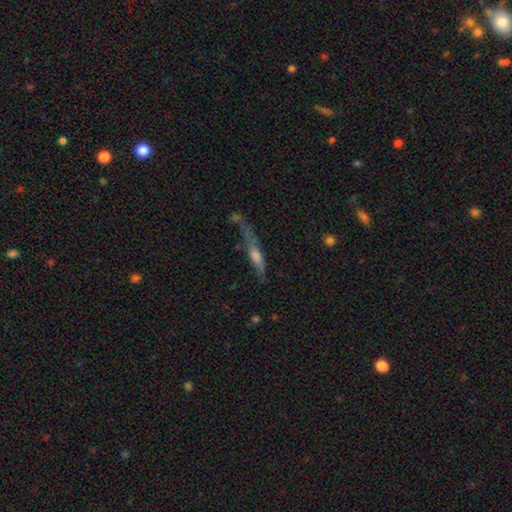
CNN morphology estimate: The model was most divided on "smooth or featured": featured or disk: 53%, smooth: 37%, star or artifact: 10%. Remaining: edge-on disk — yes (83%); merging — none (45%).